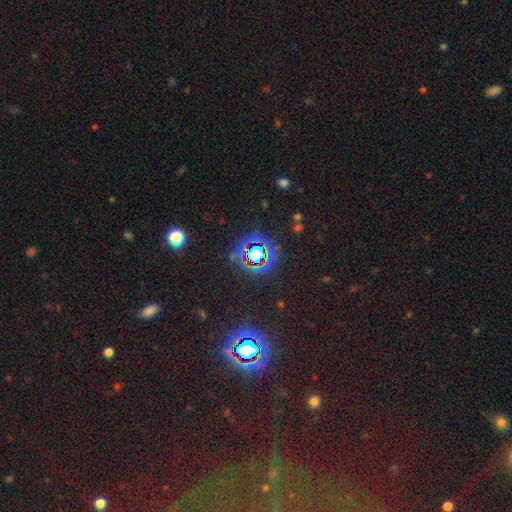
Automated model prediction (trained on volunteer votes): Overall: star or artifact (77%).